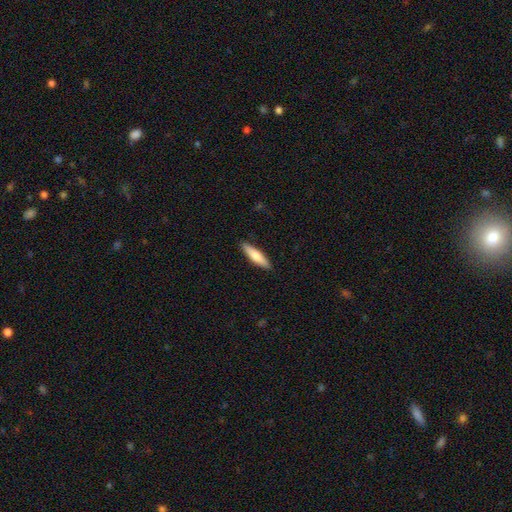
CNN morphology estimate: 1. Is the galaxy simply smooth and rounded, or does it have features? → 72% smooth, 23% featured or disk, 5% star or artifact.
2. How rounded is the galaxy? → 73% cigar-shaped, 25% in between, 2% round.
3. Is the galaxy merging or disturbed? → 90% none, 7% minor disturbance, 2% major disturbance, 1% merger.